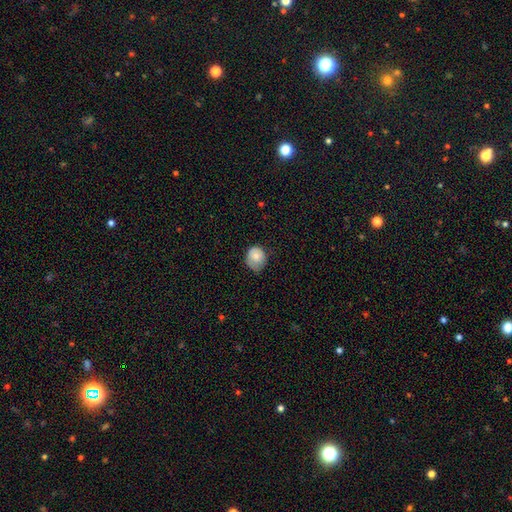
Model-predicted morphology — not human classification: A smooth galaxy with no disk features (80%) that is round (65%).

Vote fractions:
- Smooth or featured? smooth: 80% / featured or disk: 12% / star or artifact: 8%
- How rounded? round: 65% / in between: 34% / cigar-shaped: 1%
- Merging? none: 45% / minor disturbance: 42% / major disturbance: 11% / merger: 1%